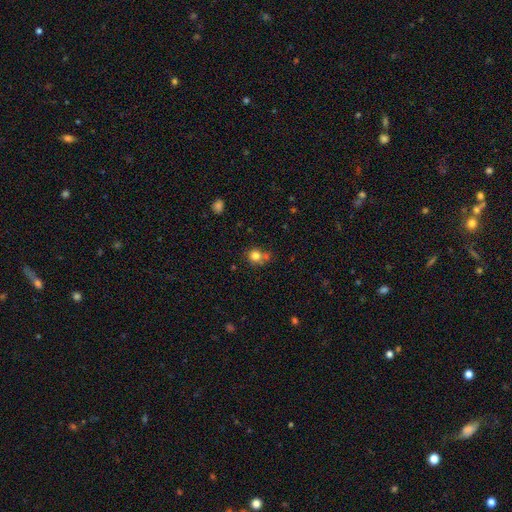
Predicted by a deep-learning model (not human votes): Smooth or featured? smooth (79%)
How rounded? round (84%)
Merging? none (60%)